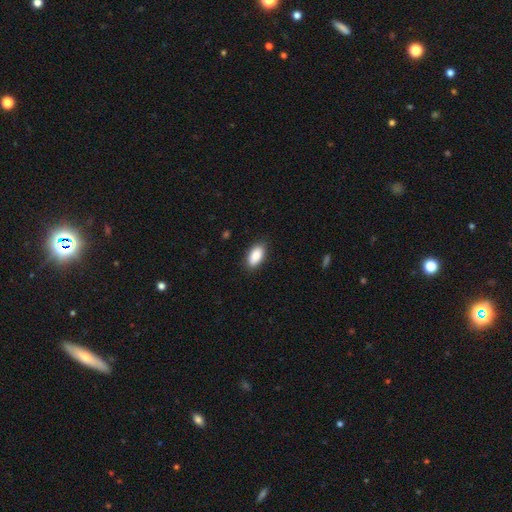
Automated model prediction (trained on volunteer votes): Smooth or featured? Predicted: smooth (p=0.89). How rounded? Predicted: in between (p=0.92). Merging? Predicted: none (p=0.86).